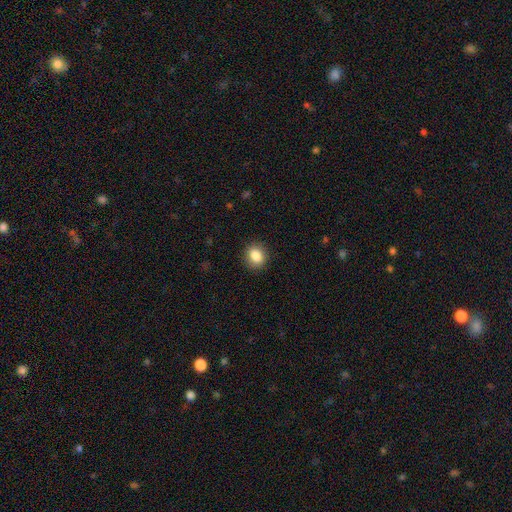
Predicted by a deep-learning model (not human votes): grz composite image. It shows a smooth galaxy with no disk features (86%) that is round (66%). Merging: none (89%).